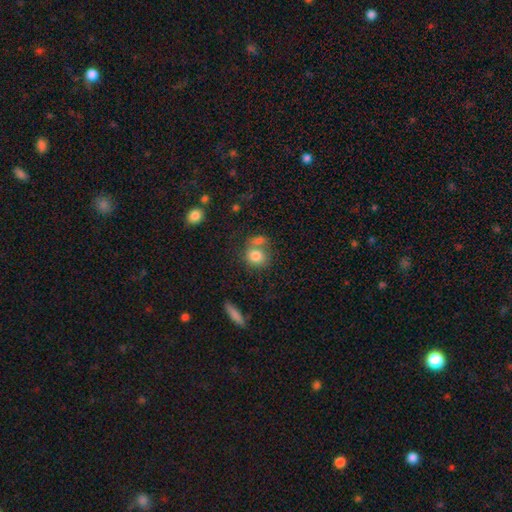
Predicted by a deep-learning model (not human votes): Smooth or featured? Predicted: smooth (p=0.80). How rounded? Predicted: round (p=0.68). Merging? Predicted: none (p=0.44).